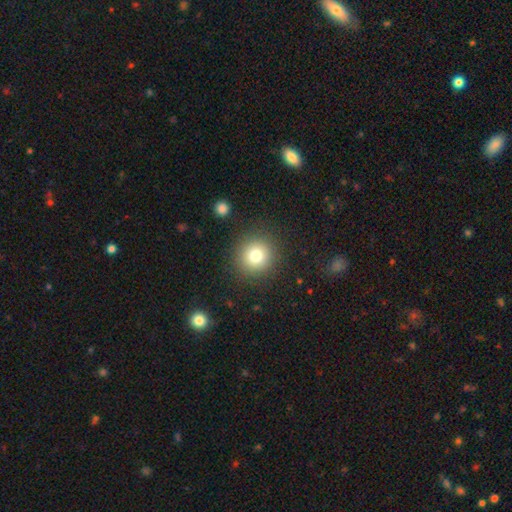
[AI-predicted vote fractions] Overall: smooth (78%). How rounded: round (92%). Merging: none (89%).